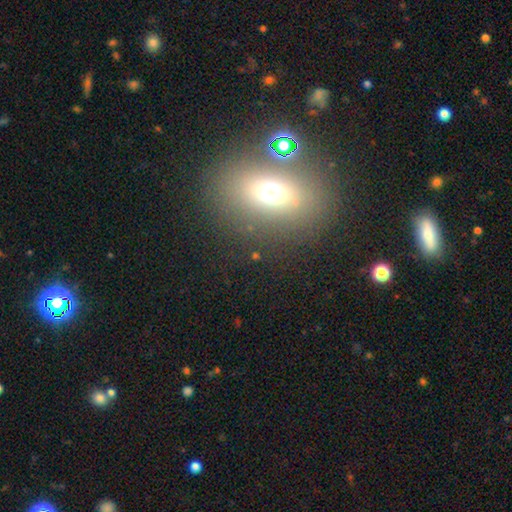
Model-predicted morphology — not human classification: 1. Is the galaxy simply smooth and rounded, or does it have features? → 58% smooth, 24% star or artifact, 18% featured or disk.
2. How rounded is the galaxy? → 64% in between, 32% round, 5% cigar-shaped.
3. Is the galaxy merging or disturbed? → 77% none, 11% minor disturbance, 7% major disturbance, 5% merger.